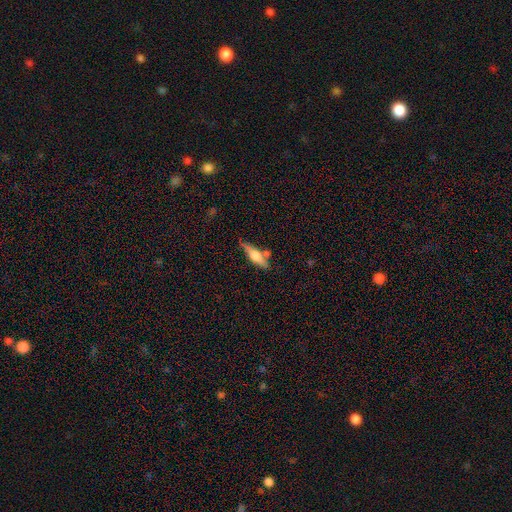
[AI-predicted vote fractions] Smooth or featured? featured or disk (51%)
Edge-on disk? yes (92%)
Merging? none (68%)